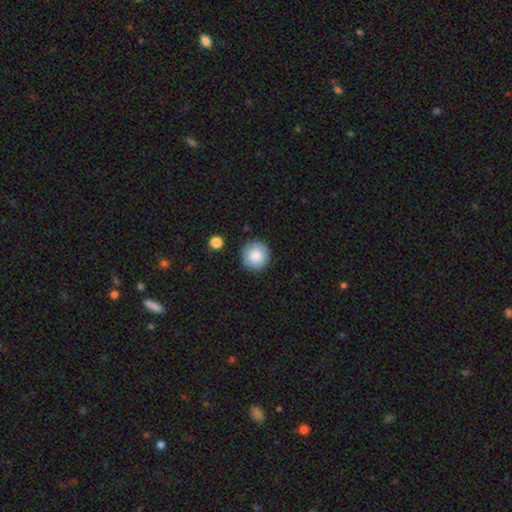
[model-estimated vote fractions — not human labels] The model was most divided on "smooth or featured": smooth: 86%, star or artifact: 8%, featured or disk: 6%. More confident: how rounded — round (94%); merging — none (88%).